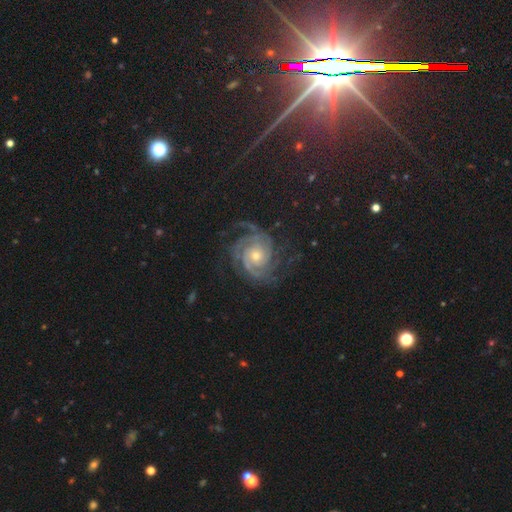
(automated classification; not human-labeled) featured or disk 87%, star or artifact 8%, smooth 4%. Down the decision tree: edge-on disk — no (98%); bar — no (78%); spiral arms — yes (98%); spiral arm count — 3 (29%); spiral winding — tight (72%); bulge size — moderate (52%); merging — none (75%).